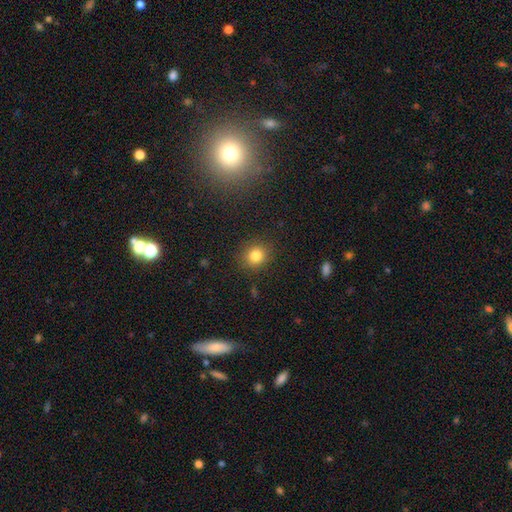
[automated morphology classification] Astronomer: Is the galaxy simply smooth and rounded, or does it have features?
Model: smooth — 82%.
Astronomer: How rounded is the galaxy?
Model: round — 84%.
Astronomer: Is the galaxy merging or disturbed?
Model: none — 87%.